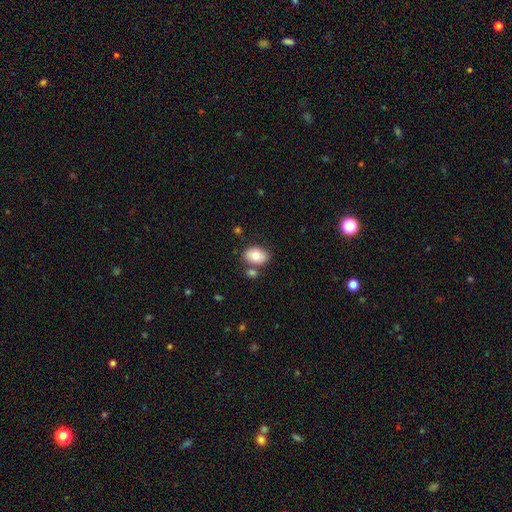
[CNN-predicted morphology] Smooth or featured: smooth — 78% (featured or disk — 14%)
How rounded: in between — 76% (round — 23%)
Merging: none — 69% (merger — 15%)